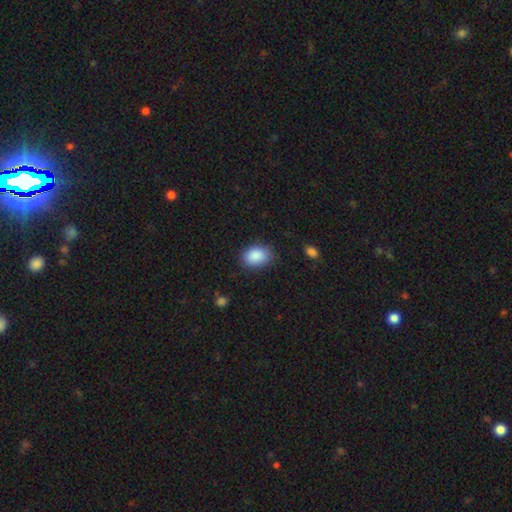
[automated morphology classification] smooth 89%, star or artifact 7%, featured or disk 4%. Down the decision tree: how rounded — in between (83%); merging — none (81%).